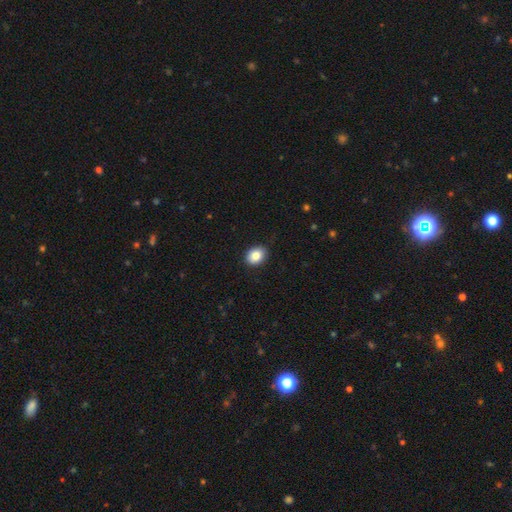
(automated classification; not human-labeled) Smooth or featured?
  - smooth: 84% *
  - star or artifact: 9%
  - featured or disk: 8%
How rounded?
  - in between: 63% *
  - round: 36%
  - cigar-shaped: 1%
Merging?
  - none: 89% *
  - minor disturbance: 9%
  - major disturbance: 2%
  - merger: 1%